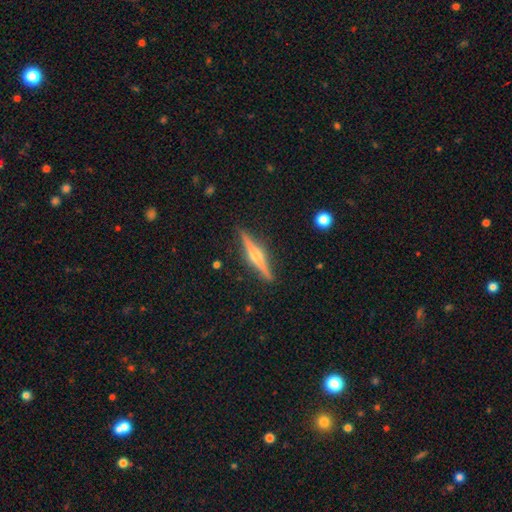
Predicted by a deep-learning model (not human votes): Smooth or featured: featured or disk — 79% (smooth — 15%)
Edge-on disk: yes — 98% (no — 2%)
Edge-on bulge: rounded — 91% (none — 5%)
Merging: none — 91% (minor disturbance — 6%)